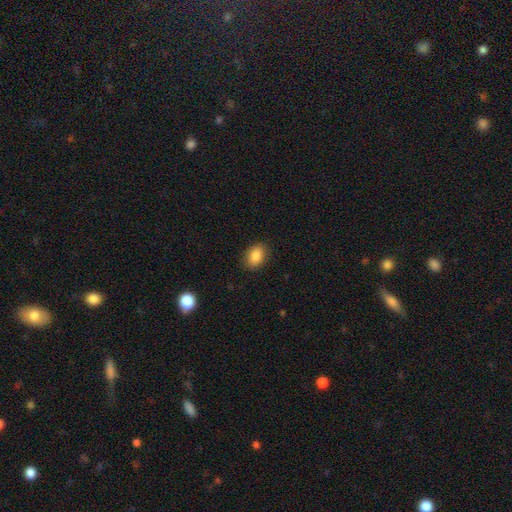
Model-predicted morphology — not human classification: Smooth or featured?
  - smooth: 86% *
  - star or artifact: 8%
  - featured or disk: 5%
How rounded?
  - in between: 79% *
  - round: 20%
  - cigar-shaped: 1%
Merging?
  - none: 87% *
  - minor disturbance: 9%
  - major disturbance: 2%
  - merger: 1%